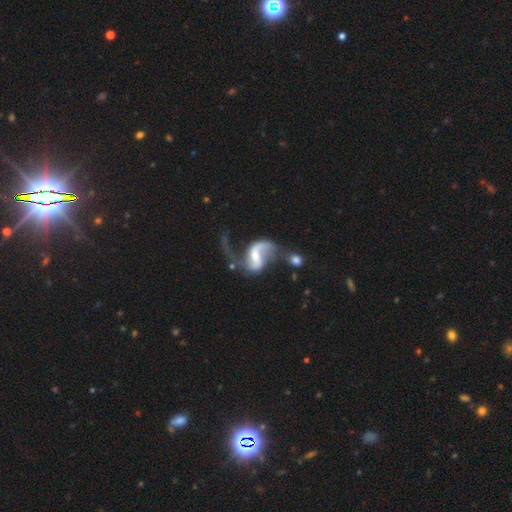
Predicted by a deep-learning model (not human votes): This is clearly a featured or disk galaxy (85%). It is clearly not viewed edge-on (97%). Bar: possibly weak (48%). Spiral arm pattern: clearly yes (93%). Spiral arm count: likely 2 (80%). Spiral winding: likely loose (77%). Central bulge: possibly moderate (48%). Merging: marginally major disturbance (30%).